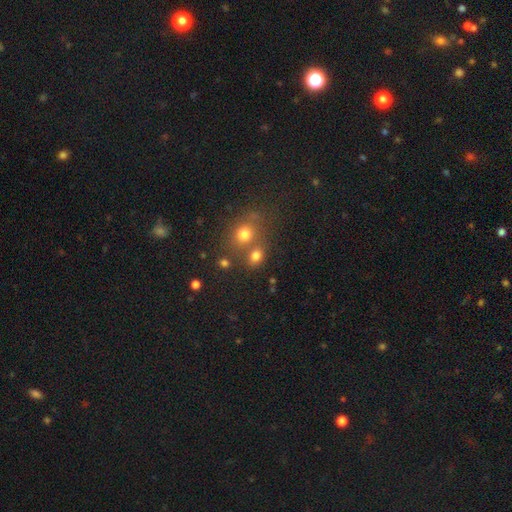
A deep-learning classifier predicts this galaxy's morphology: This appears to be a smooth galaxy with no disk features (75%) that is round (57%). Merging: none (54%).